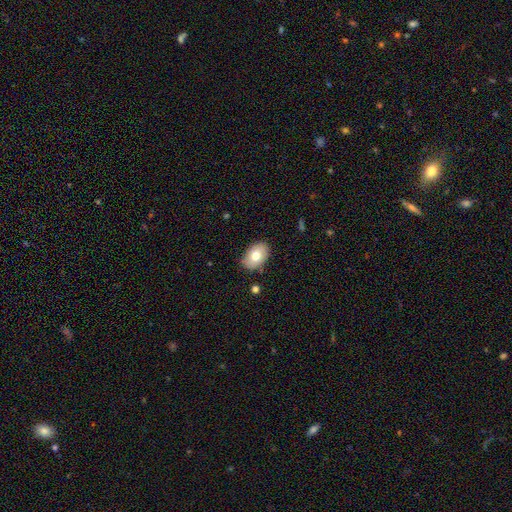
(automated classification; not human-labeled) A smooth galaxy with no disk features (72%) that is in between round and cigar-shaped (84%).

Vote fractions:
- Smooth or featured? smooth: 72% / featured or disk: 20% / star or artifact: 8%
- How rounded? in between: 84% / round: 15% / cigar-shaped: 1%
- Merging? none: 81% / minor disturbance: 15% / major disturbance: 3% / merger: 2%